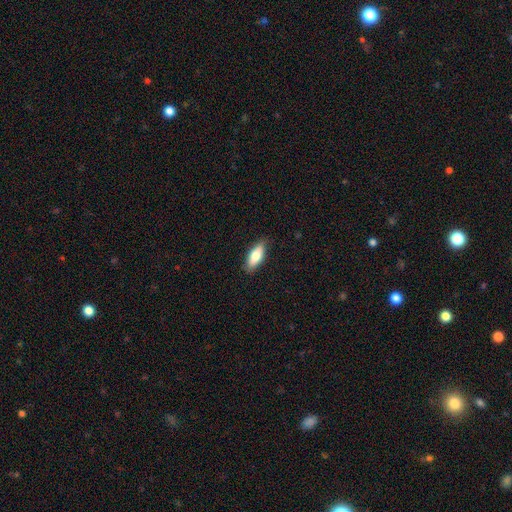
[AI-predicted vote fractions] Smooth or featured: smooth — 75% (featured or disk — 19%)
How rounded: in between — 73% (cigar-shaped — 25%)
Merging: none — 85% (minor disturbance — 12%)